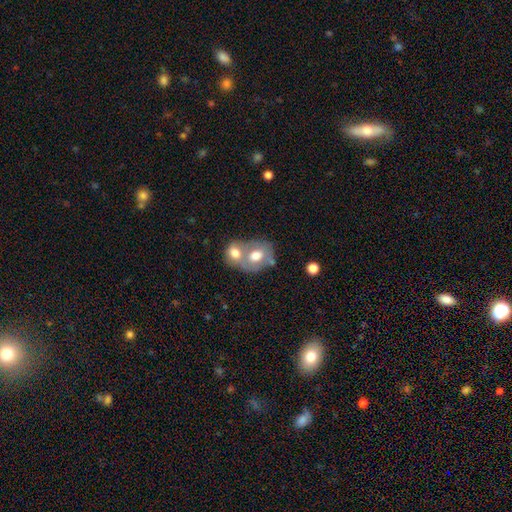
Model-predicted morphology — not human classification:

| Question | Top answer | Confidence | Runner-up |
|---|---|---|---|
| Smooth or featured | smooth | 61% | featured or disk (32%) |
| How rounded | in between | 56% | round (43%) |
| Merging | merger | 68% | none (19%) |